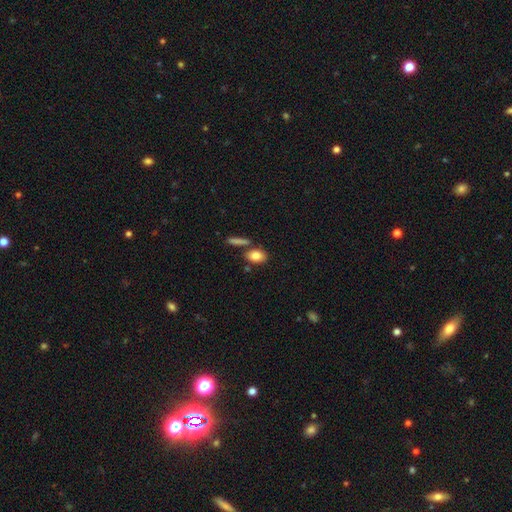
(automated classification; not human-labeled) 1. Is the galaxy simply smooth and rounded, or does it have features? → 82% smooth, 11% featured or disk, 8% star or artifact.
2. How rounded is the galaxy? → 80% in between, 16% round, 4% cigar-shaped.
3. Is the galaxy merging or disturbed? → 67% none, 17% merger, 13% minor disturbance, 4% major disturbance.